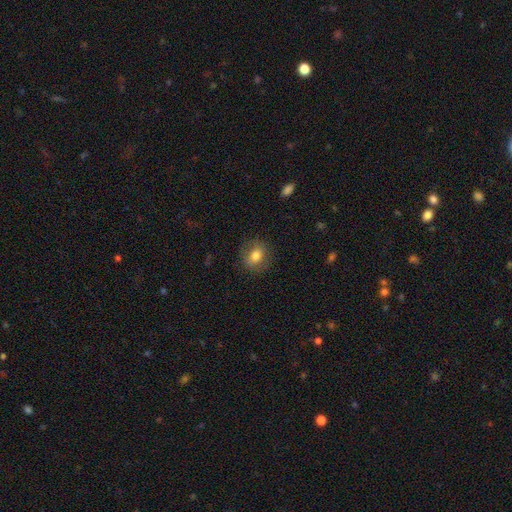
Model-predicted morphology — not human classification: smooth_or_featured: smooth (p=0.75) [alt: featured or disk p=0.16]
how_rounded: round (p=0.67) [alt: in between p=0.32]
merging: none (p=0.84) [alt: minor disturbance p=0.11]